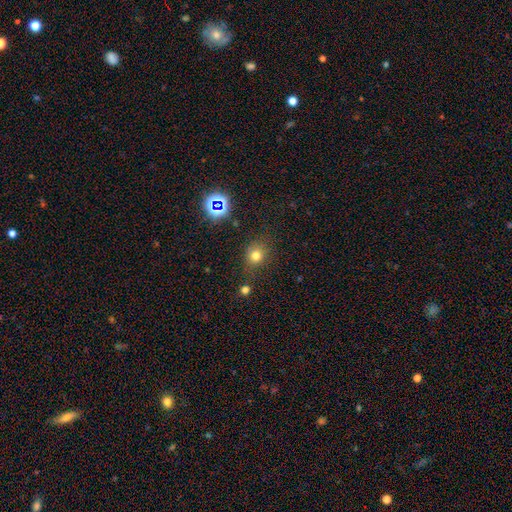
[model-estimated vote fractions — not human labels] Q: Smooth or featured?
A: smooth (73%); runner-up: star or artifact (20%)
Q: How rounded?
A: round (76%); runner-up: in between (23%)
Q: Merging?
A: none (76%); runner-up: minor disturbance (15%)